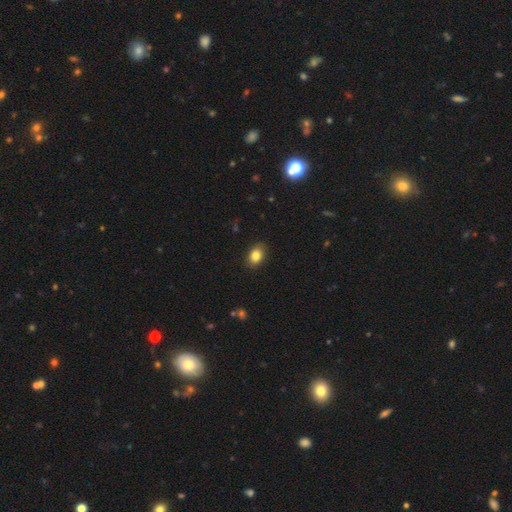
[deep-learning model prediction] Smooth or featured?
  - smooth: 85% *
  - star or artifact: 8%
  - featured or disk: 7%
How rounded?
  - in between: 82% *
  - round: 17%
  - cigar-shaped: 1%
Merging?
  - none: 86% *
  - minor disturbance: 11%
  - major disturbance: 2%
  - merger: 1%